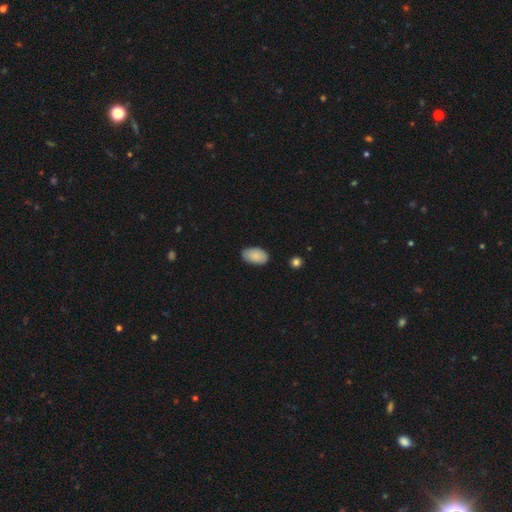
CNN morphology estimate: Smooth or featured? Predicted: smooth (p=0.88). How rounded? Predicted: in between (p=0.95). Merging? Predicted: none (p=0.83).